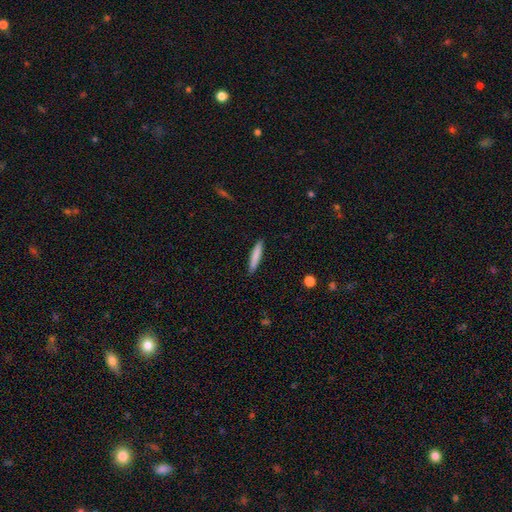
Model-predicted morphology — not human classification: A smooth galaxy with no disk features (81%) that is cigar-shaped (90%). Merging: none (90%).